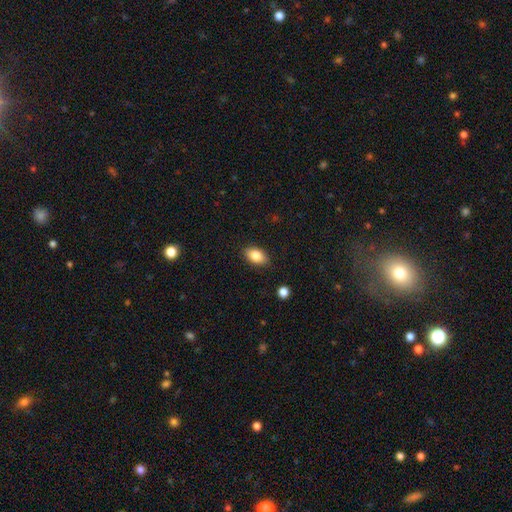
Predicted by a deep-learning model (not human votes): smooth 84%, featured or disk 9%, star or artifact 8%. Down the decision tree: how rounded — in between (89%); merging — none (86%).